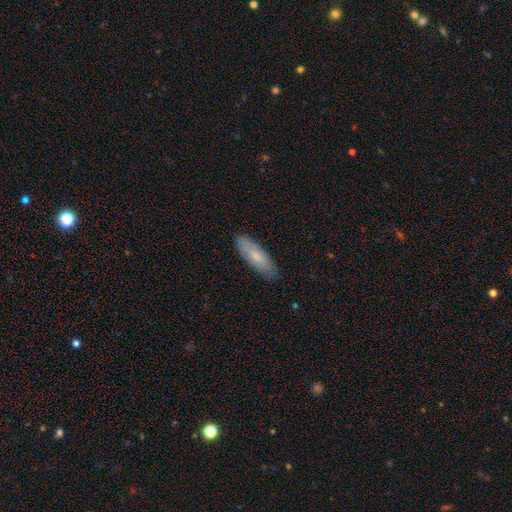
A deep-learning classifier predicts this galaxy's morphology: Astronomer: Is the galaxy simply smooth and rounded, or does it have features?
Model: smooth — 71%.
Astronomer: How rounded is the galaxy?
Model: in between — 55% (runner-up: cigar-shaped, 43%).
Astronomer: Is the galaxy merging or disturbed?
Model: none — 85%.